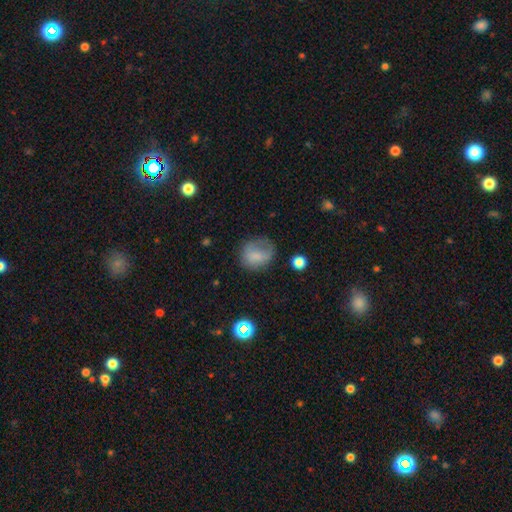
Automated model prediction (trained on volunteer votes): A smooth galaxy with no disk features (73%) that is round (63%).

Vote fractions:
- Smooth or featured? smooth: 73% / featured or disk: 16% / star or artifact: 11%
- How rounded? round: 63% / in between: 35% / cigar-shaped: 1%
- Merging? none: 53% / minor disturbance: 26% / major disturbance: 19% / merger: 2%